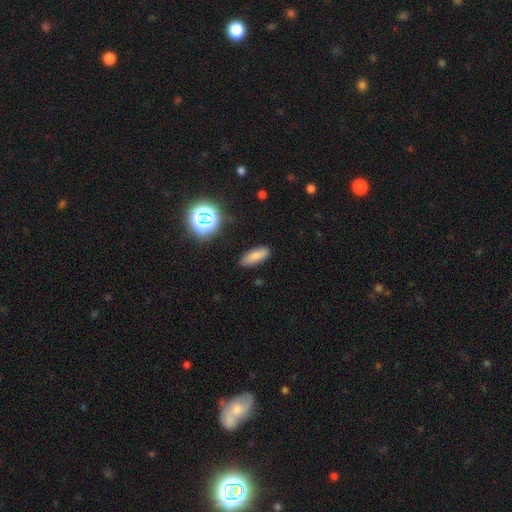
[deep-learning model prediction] Q: Smooth or featured?
A: smooth (80%); runner-up: star or artifact (12%)
Q: How rounded?
A: in between (67%); runner-up: cigar-shaped (30%)
Q: Merging?
A: none (86%); runner-up: minor disturbance (10%)